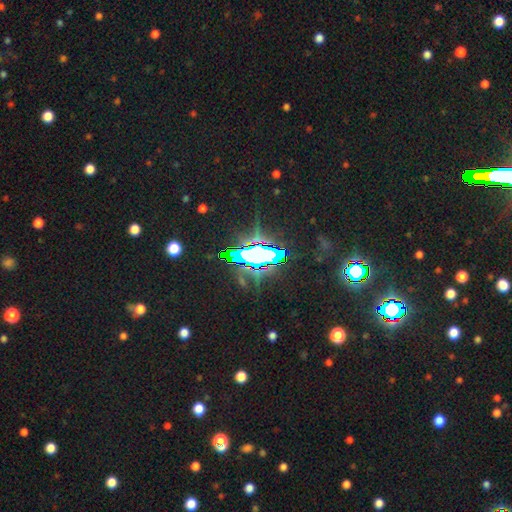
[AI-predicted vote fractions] This is likely a star or artifact rather than a galaxy (73%).